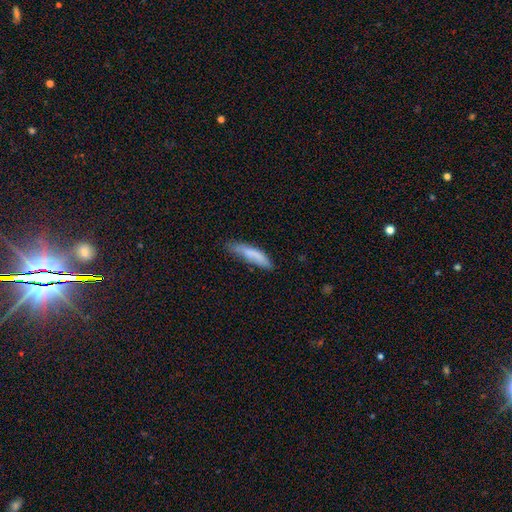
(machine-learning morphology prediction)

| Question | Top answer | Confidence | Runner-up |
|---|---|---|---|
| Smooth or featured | smooth | 77% | featured or disk (16%) |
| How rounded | cigar-shaped | 71% | in between (27%) |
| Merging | none | 55% | minor disturbance (32%) |